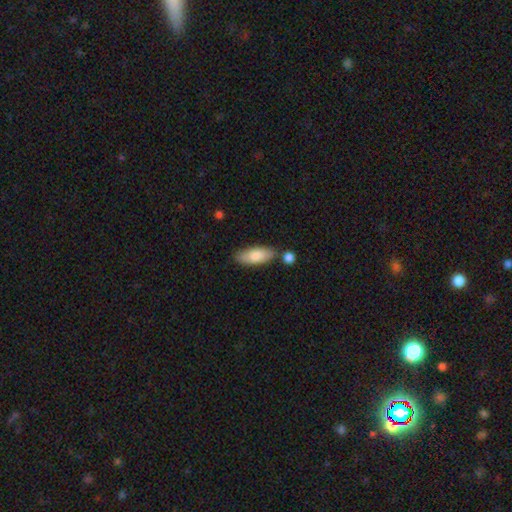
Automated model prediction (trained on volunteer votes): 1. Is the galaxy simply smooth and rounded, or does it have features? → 80% smooth, 15% featured or disk, 5% star or artifact.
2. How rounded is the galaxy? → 74% in between, 24% cigar-shaped, 2% round.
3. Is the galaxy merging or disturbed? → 71% none, 15% minor disturbance, 11% merger, 3% major disturbance.